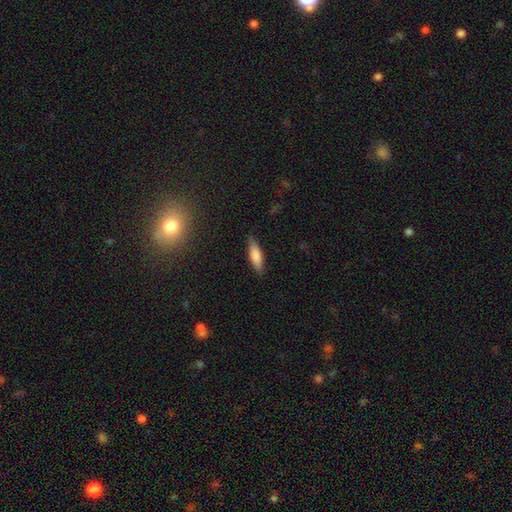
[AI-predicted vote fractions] smooth-or-featured: smooth: 78% | featured or disk: 15% | star or artifact: 6%
  how-rounded: cigar-shaped: 57% | in between: 41% | round: 2%
  merging: none: 85% | minor disturbance: 11% | major disturbance: 2% | merger: 1%